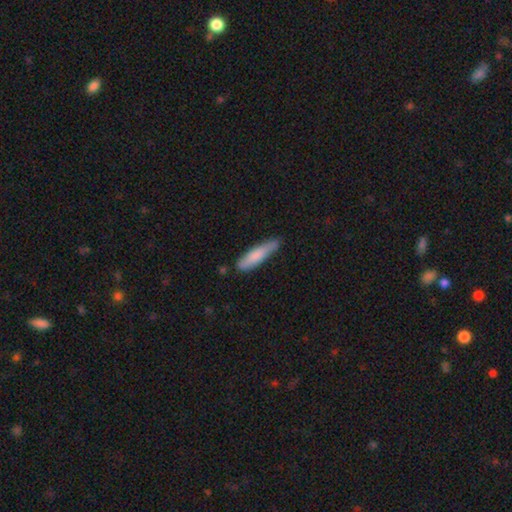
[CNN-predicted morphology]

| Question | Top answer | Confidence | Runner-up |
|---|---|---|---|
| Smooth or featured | smooth | 78% | featured or disk (17%) |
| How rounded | cigar-shaped | 79% | in between (20%) |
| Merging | none | 63% | minor disturbance (28%) |